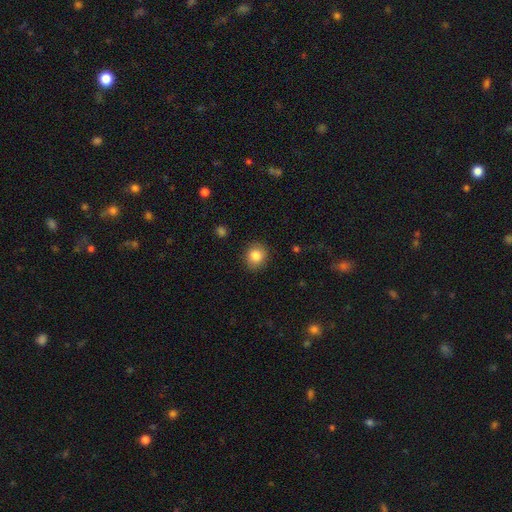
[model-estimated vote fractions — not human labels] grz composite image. It shows a smooth galaxy with no disk features (84%) that is round (83%). Merging: none (88%).